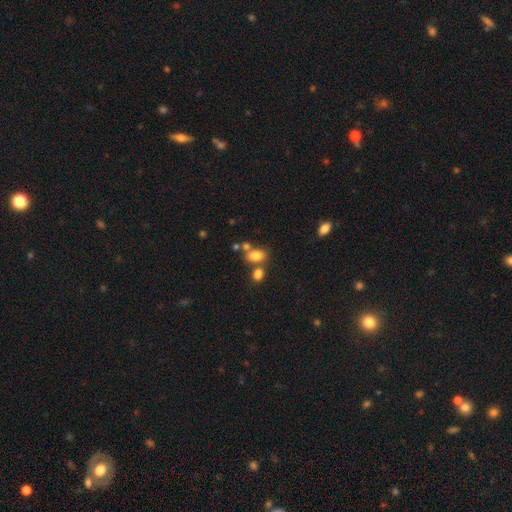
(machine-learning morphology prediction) Smooth or featured?
  - smooth: 80% *
  - star or artifact: 12%
  - featured or disk: 9%
How rounded?
  - in between: 80% *
  - round: 19%
  - cigar-shaped: 2%
Merging?
  - none: 51% *
  - merger: 31%
  - minor disturbance: 13%
  - major disturbance: 5%